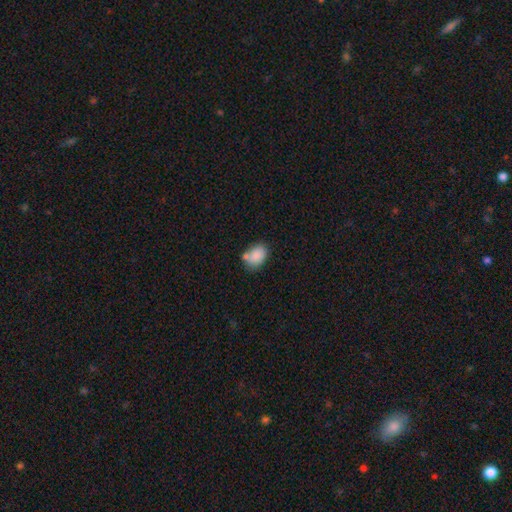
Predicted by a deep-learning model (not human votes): Smooth or featured: smooth — 84% (star or artifact — 8%)
How rounded: in between — 75% (round — 24%)
Merging: none — 52% (merger — 21%)